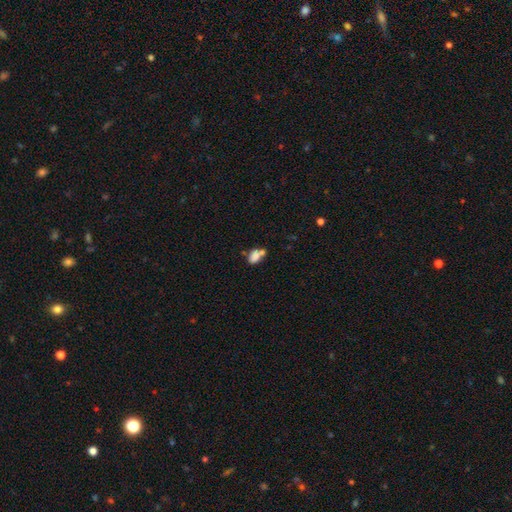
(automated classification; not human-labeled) Smooth or featured: smooth — 76% (featured or disk — 14%)
How rounded: in between — 81% (round — 17%)
Merging: merger — 44% (none — 33%)